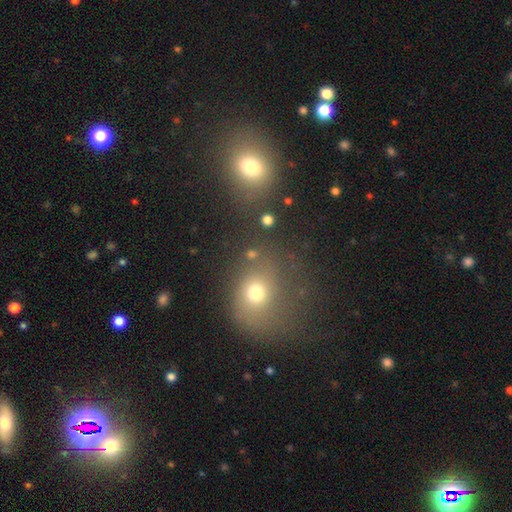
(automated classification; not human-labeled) Morphology: type=smooth (62%); roundness=round (70%); merging=none (54%).